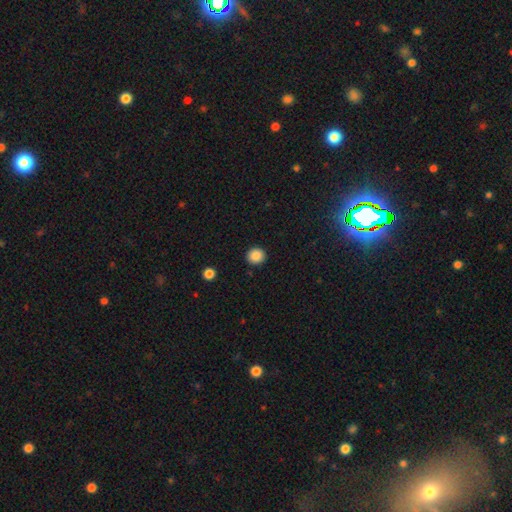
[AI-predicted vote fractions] A smooth galaxy with no disk features (87%) that is round (90%). Merging: none (92%).